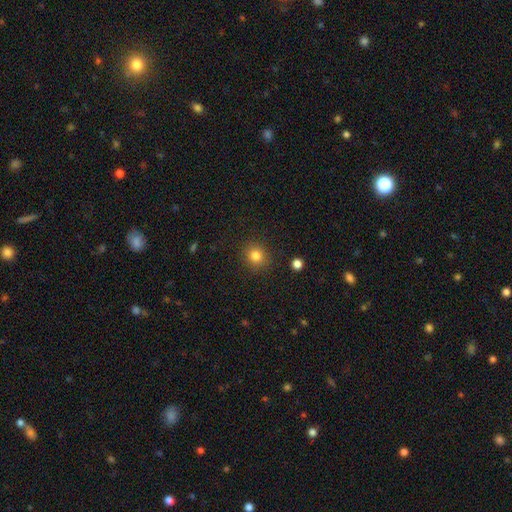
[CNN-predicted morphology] Smooth or featured?
  - smooth: 82% *
  - star or artifact: 12%
  - featured or disk: 6%
How rounded?
  - round: 86% *
  - in between: 13%
  - cigar-shaped: 1%
Merging?
  - none: 89% *
  - minor disturbance: 7%
  - major disturbance: 3%
  - merger: 1%